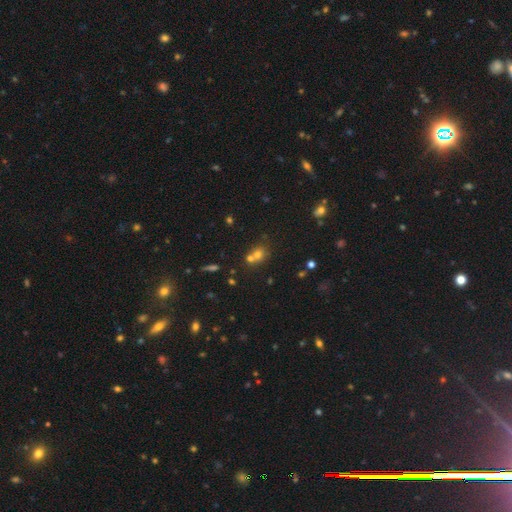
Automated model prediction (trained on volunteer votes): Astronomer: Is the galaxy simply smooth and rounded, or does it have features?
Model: smooth — 65%.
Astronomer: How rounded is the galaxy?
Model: round — 74%.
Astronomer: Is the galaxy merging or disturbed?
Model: merger — 50% (runner-up: none, 40%).